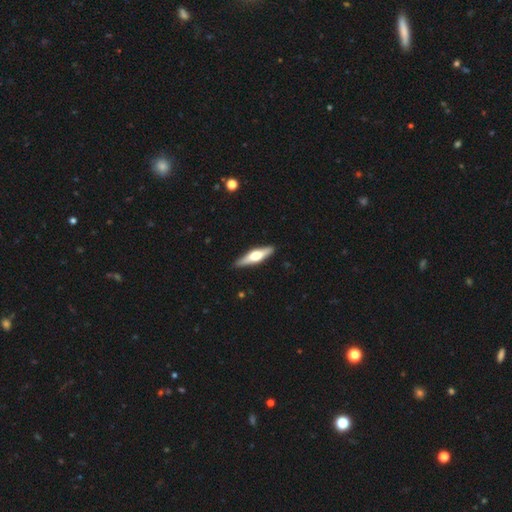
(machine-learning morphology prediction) smooth_or_featured: featured or disk (p=0.61) [alt: smooth p=0.34]
disk_edge_on: yes (p=0.95) [alt: no p=0.05]
edge_on_bulge: rounded (p=0.92) [alt: boxy p=0.06]
merging: none (p=0.89) [alt: minor disturbance p=0.08]